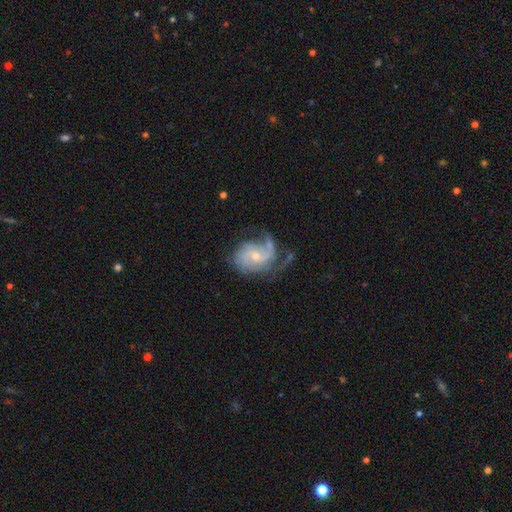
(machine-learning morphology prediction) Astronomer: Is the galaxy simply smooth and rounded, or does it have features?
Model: featured or disk — 82%.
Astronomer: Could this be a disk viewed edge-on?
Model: no — 98%.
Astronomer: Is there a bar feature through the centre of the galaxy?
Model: no — 61%.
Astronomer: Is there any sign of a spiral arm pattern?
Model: yes — 93%.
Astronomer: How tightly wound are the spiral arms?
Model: medium — 43% (runner-up: tight, 34%).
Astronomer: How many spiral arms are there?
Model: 2 — 40% (runner-up: can't tell, 21%).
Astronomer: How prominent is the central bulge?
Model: small — 59% (runner-up: moderate, 37%).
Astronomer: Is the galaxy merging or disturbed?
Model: none — 42% (runner-up: major disturbance, 27%).